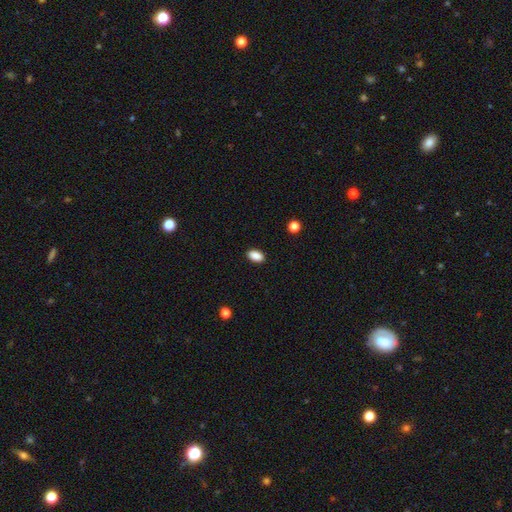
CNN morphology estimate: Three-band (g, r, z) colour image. It shows a smooth galaxy with no disk features (89%) that is in between round and cigar-shaped (92%). Merging: none (90%).